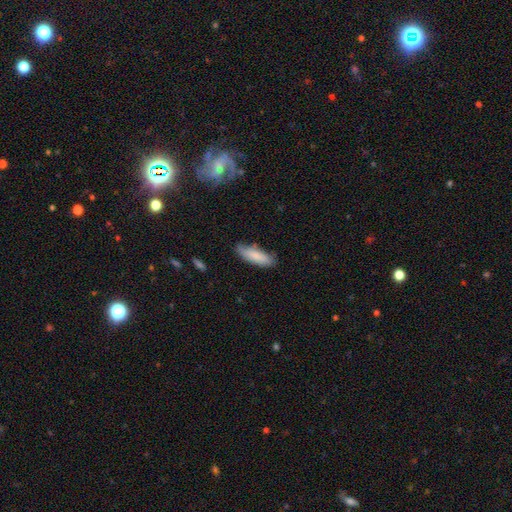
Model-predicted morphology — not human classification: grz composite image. It shows a smooth galaxy with no disk features (84%) that is in between round and cigar-shaped (51%). Merging: none (72%).